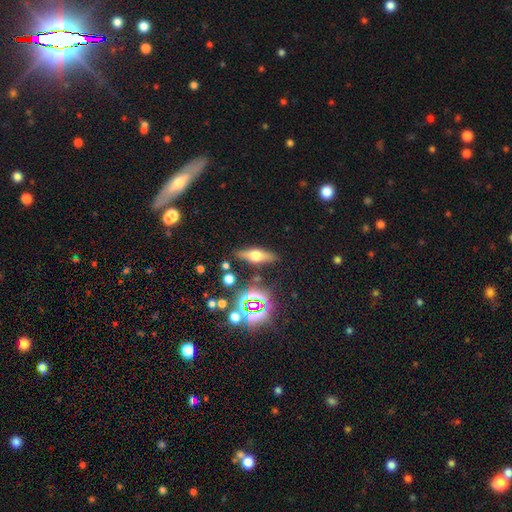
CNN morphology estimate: A featured or disk galaxy (45%). Merging: none (82%).